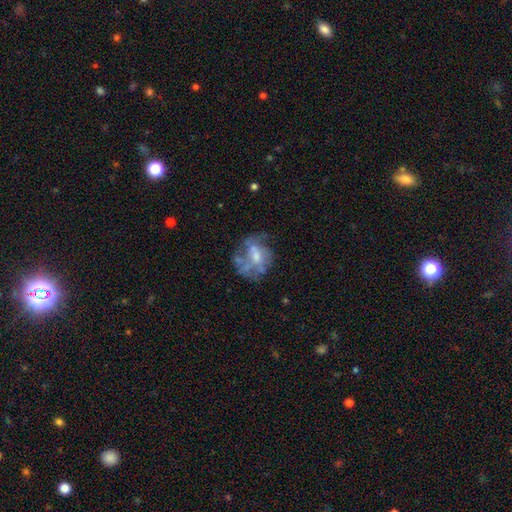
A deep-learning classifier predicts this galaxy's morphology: The model was most divided on "bulge size": moderate: 42%, small: 35%, none: 17%, large: 5%, dominant: 1%. Remaining: edge-on disk — no (97%); spiral arms — no (63%); bar — no (63%); smooth or featured — featured or disk (62%); merging — none (46%).